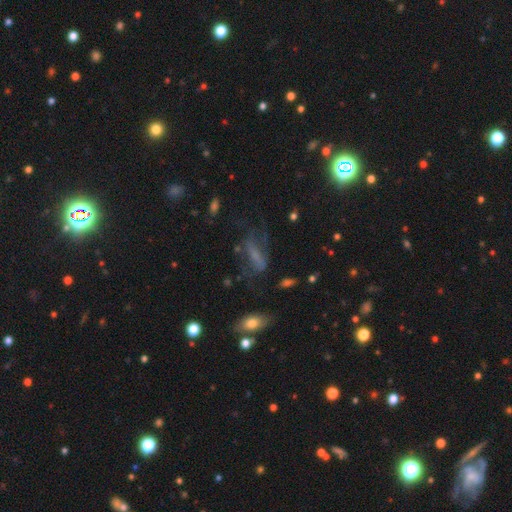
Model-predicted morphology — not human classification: smooth 41%, featured or disk 37%, star or artifact 22%. Down the decision tree: merging — none (44%).